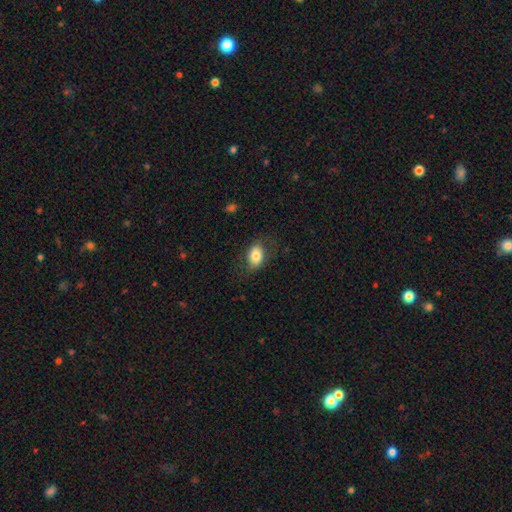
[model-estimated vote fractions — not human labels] A smooth galaxy with no disk features (79%) that is in between round and cigar-shaped (82%). Merging: none (72%).